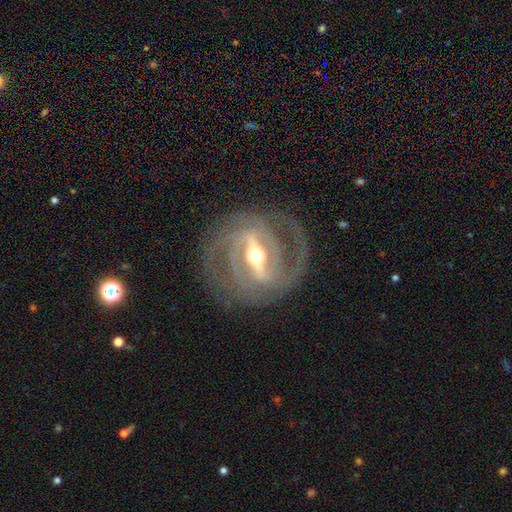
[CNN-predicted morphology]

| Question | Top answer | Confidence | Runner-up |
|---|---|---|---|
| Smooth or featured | featured or disk | 90% | smooth (5%) |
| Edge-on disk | no | 92% | yes (8%) |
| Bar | strong | 78% | weak (16%) |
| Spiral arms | yes | 94% | no (6%) |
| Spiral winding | tight | 59% | medium (33%) |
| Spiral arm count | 2 | 53% | 3 (21%) |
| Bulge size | moderate | 61% | small (31%) |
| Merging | none | 80% | minor disturbance (12%) |